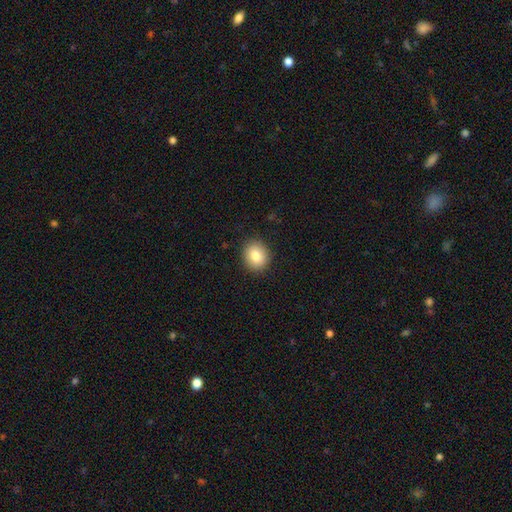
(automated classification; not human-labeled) Morphology: type=smooth (84%); roundness=round (74%); merging=none (89%).